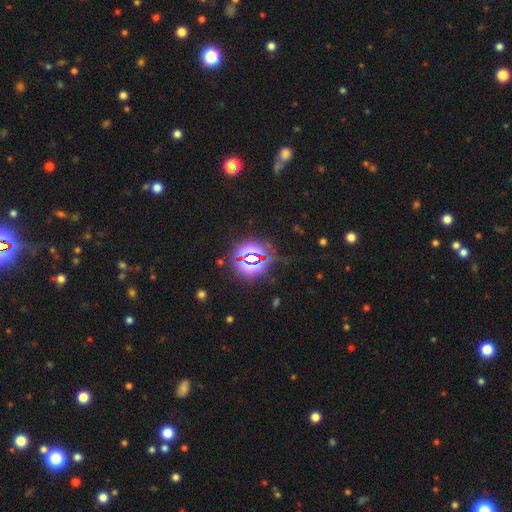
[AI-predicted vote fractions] Smooth or featured? star or artifact (77%)